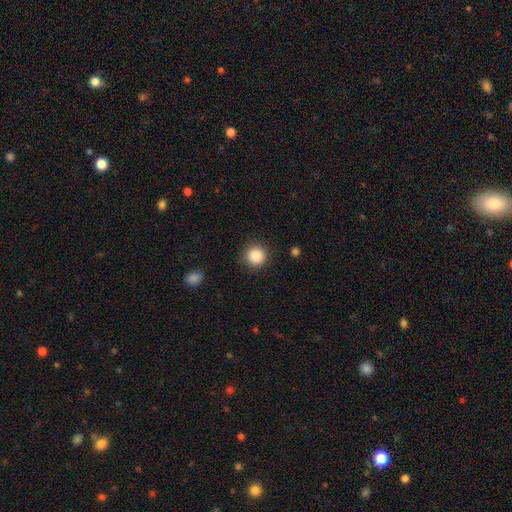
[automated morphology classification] smooth 87%, star or artifact 10%, featured or disk 3%. Down the decision tree: how rounded — round (95%); merging — none (90%).